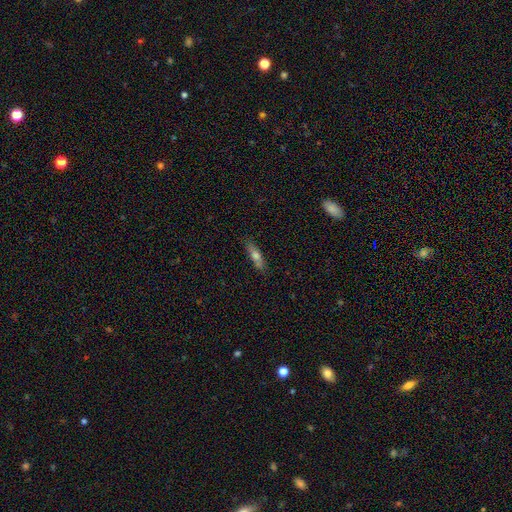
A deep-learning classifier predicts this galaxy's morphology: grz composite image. It shows a smooth galaxy with no disk features (63%) that is cigar-shaped (66%). Merging: none (81%).